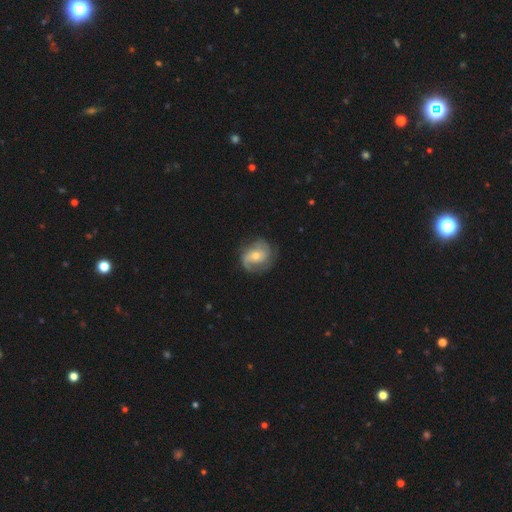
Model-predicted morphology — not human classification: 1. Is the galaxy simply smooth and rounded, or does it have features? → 77% featured or disk, 17% smooth, 6% star or artifact.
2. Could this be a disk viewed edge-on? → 97% no, 3% yes.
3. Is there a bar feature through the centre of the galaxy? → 57% no, 34% weak, 8% strong.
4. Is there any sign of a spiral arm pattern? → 93% yes, 7% no.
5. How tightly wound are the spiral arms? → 42% medium, 32% tight, 26% loose.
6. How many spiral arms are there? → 54% 2, 17% 1, 15% can't tell, 9% 3, 3% 4, 2% more than 4.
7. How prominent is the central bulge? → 54% moderate, 42% small, 3% large, 1% none, 1% dominant.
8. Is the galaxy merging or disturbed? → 69% none, 20% minor disturbance, 10% major disturbance, 1% merger.